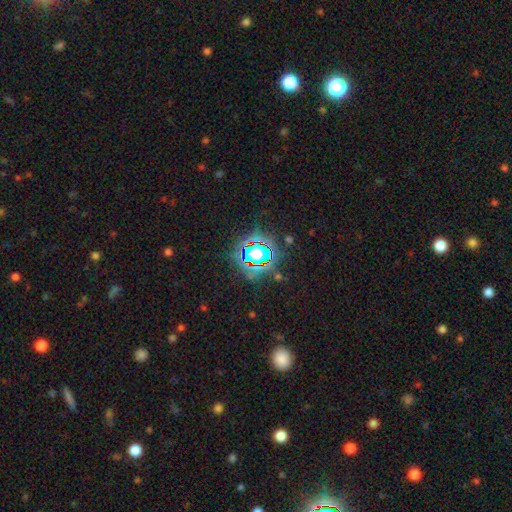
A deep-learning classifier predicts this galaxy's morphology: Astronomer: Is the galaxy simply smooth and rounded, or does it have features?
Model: star or artifact — 77%.